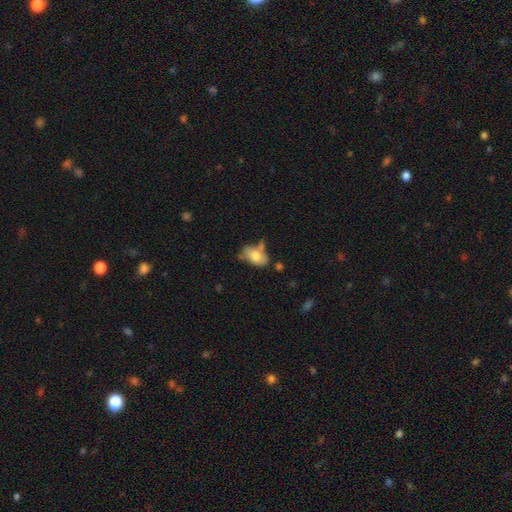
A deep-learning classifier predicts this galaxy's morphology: type=smooth (70%); roundness=in between (87%); merging=none (38%).